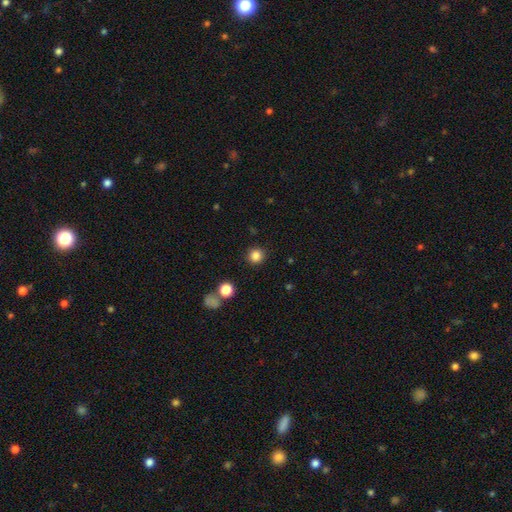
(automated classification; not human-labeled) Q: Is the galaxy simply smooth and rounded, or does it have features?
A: smooth — 84%.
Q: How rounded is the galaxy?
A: round — 94%.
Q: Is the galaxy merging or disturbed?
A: none — 90%.